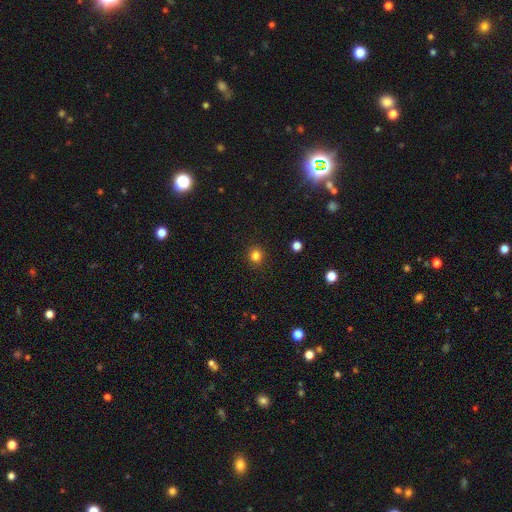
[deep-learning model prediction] The model was most divided on "smooth or featured": smooth: 82%, star or artifact: 14%, featured or disk: 4%. More confident: merging — none (92%); how rounded — round (91%).